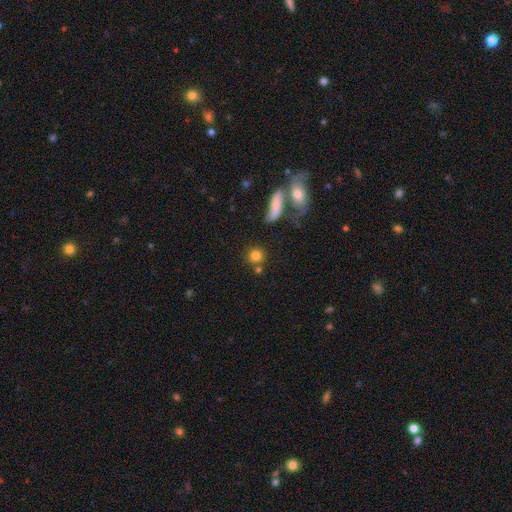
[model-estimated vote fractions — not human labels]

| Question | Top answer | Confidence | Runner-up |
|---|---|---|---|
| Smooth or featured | smooth | 78% | star or artifact (12%) |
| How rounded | round | 87% | in between (10%) |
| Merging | none | 69% | merger (17%) |